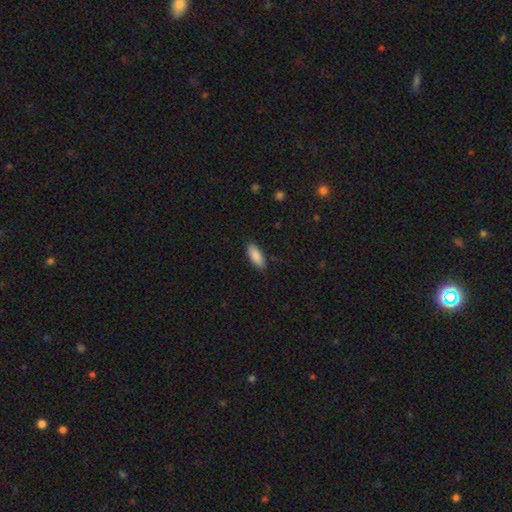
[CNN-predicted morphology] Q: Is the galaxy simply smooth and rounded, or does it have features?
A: smooth — 87%.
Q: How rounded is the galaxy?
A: in between — 75%.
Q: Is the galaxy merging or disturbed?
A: none — 87%.